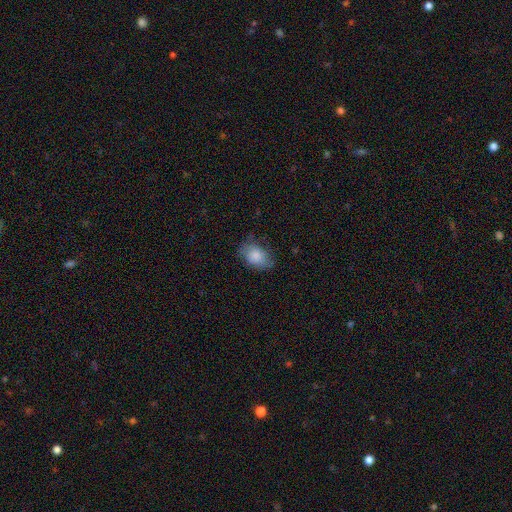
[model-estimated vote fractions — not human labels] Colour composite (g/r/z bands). It shows a smooth galaxy with no disk features (81%) that is in between round and cigar-shaped (79%). Merging: none (66%).